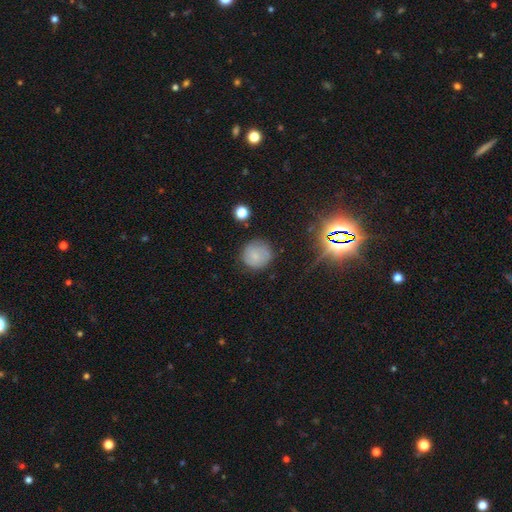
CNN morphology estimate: Smooth or featured: smooth — 66% (featured or disk — 23%)
How rounded: round — 91% (in between — 8%)
Merging: none — 79% (minor disturbance — 15%)